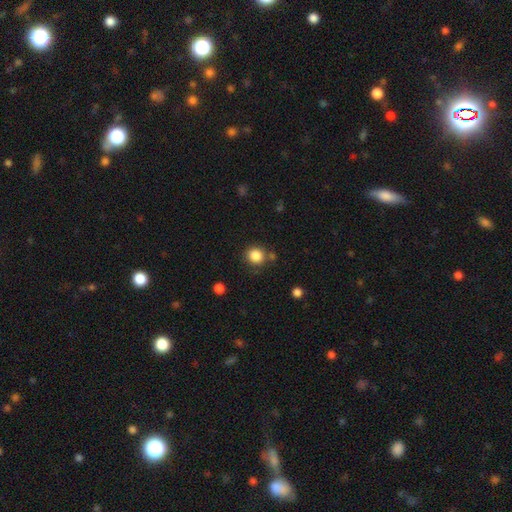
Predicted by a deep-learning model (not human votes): smooth_or_featured: smooth (p=0.85) [alt: star or artifact p=0.10]
how_rounded: round (p=0.86) [alt: in between p=0.14]
merging: none (p=0.77) [alt: minor disturbance p=0.11]